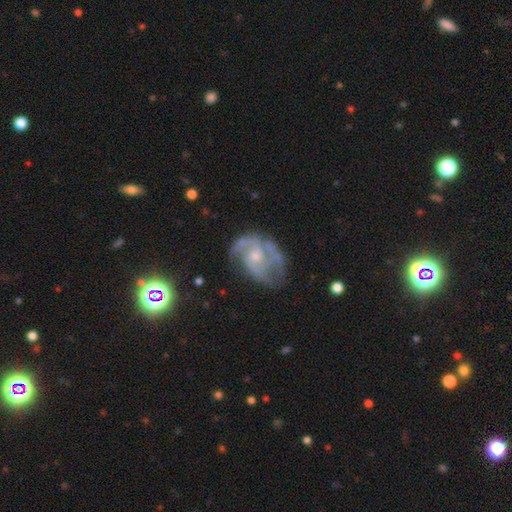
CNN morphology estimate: Smooth or featured? Predicted: featured or disk (p=0.80). Edge-on disk? Predicted: no (p=0.97). Bar? Predicted: no (p=0.64). Spiral arms? Predicted: yes (p=0.90). Spiral winding? Predicted: medium (p=0.48). Spiral arm count? Predicted: 2 (p=0.49). Bulge size? Predicted: small (p=0.52). Merging? Predicted: none (p=0.53).